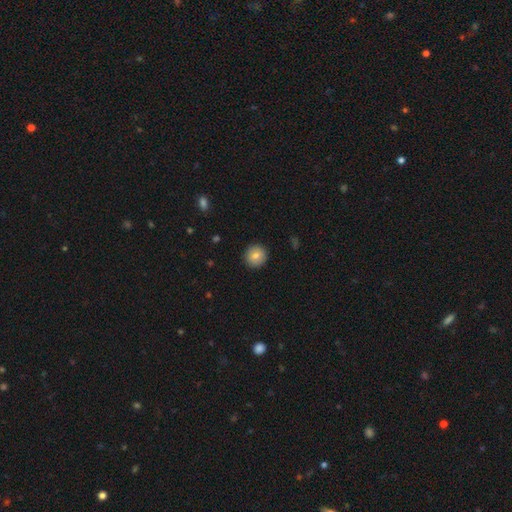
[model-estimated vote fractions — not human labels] This appears to be a smooth galaxy with no disk features (81%) that is round (93%). Merging: none (91%).